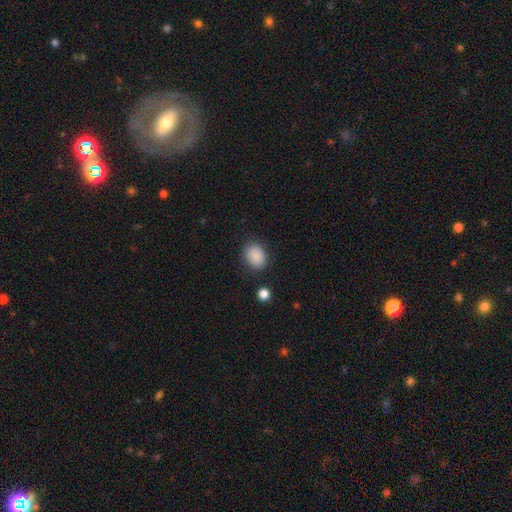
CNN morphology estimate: Smooth or featured: smooth — 88% (star or artifact — 8%)
How rounded: in between — 58% (round — 41%)
Merging: none — 81% (minor disturbance — 13%)